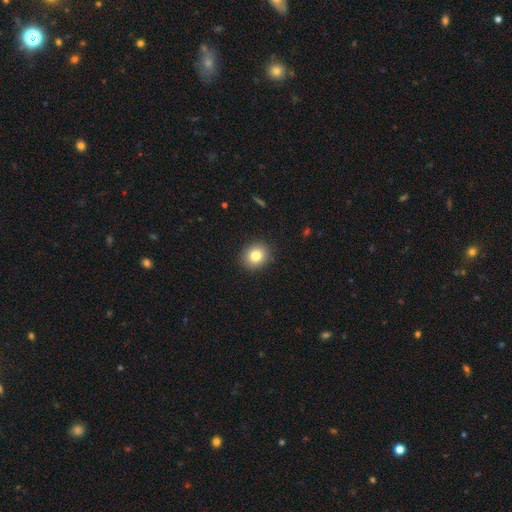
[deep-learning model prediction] smooth 81%, star or artifact 10%, featured or disk 8%. Down the decision tree: how rounded — round (76%); merging — none (90%).